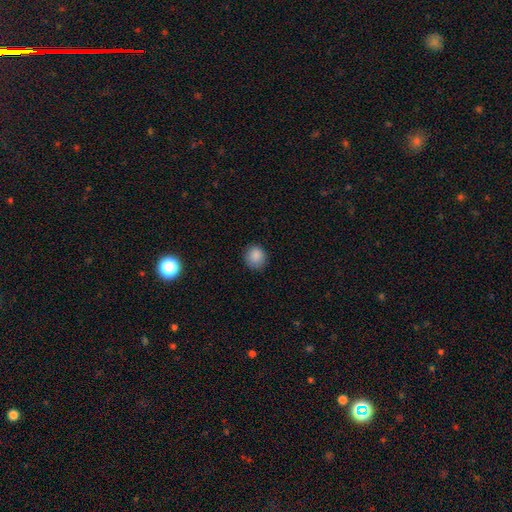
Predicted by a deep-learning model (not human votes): Smooth or featured?
  - smooth: 87% *
  - star or artifact: 9%
  - featured or disk: 3%
How rounded?
  - round: 85% *
  - in between: 14%
  - cigar-shaped: 1%
Merging?
  - none: 86% *
  - minor disturbance: 10%
  - major disturbance: 3%
  - merger: 1%